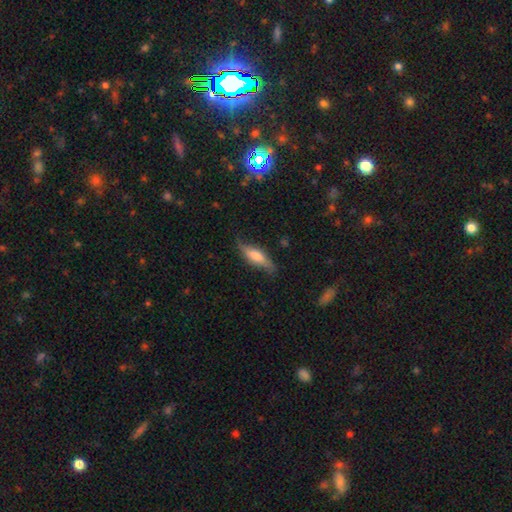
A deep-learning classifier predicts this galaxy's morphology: smooth_or_featured: smooth (p=0.56) [alt: featured or disk p=0.38]
how_rounded: cigar-shaped (p=0.51) [alt: in between p=0.46]
merging: none (p=0.68) [alt: minor disturbance p=0.24]